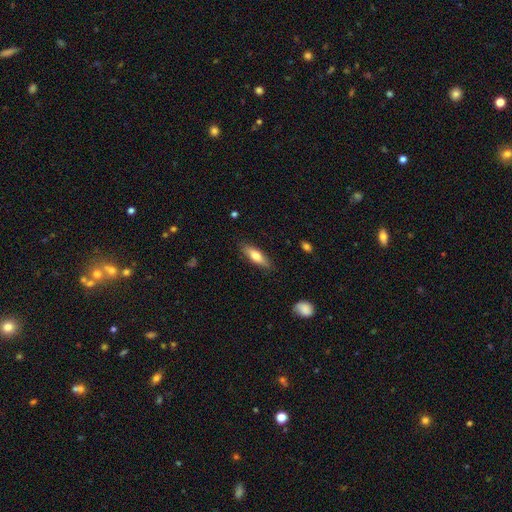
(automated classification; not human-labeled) Smooth or featured: smooth — 69% (featured or disk — 25%)
How rounded: in between — 51% (cigar-shaped — 47%)
Merging: none — 85% (minor disturbance — 12%)